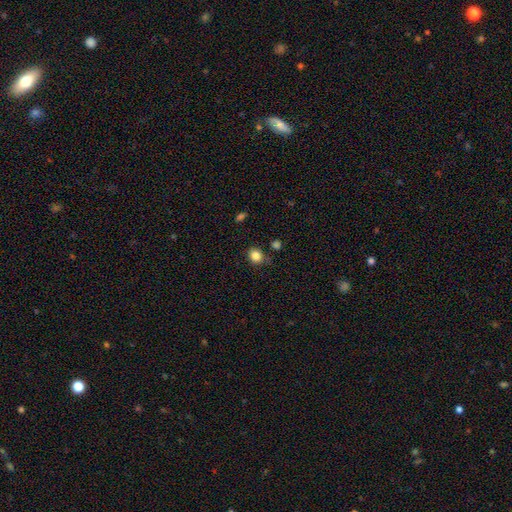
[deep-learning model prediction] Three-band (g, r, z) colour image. It shows a smooth galaxy with no disk features (84%) that is round (80%). Merging: none (78%).